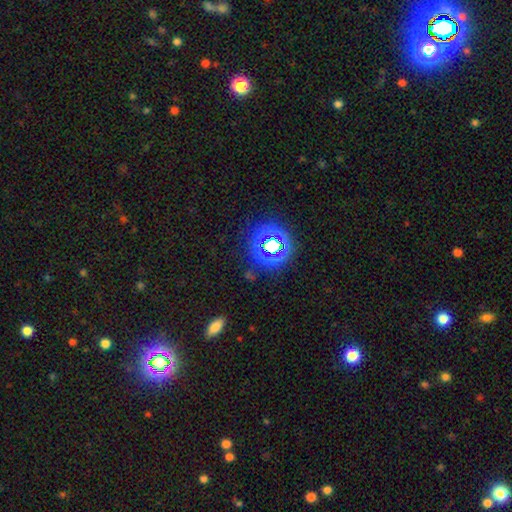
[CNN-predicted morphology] Smooth or featured? star or artifact (50%)